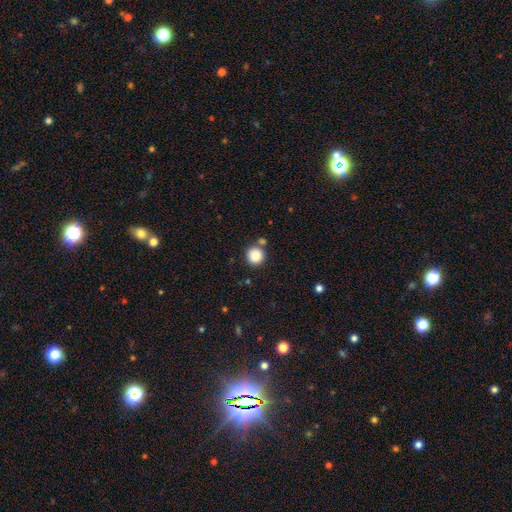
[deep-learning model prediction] This is clearly a smooth galaxy (86%). How rounded: clearly round (94%). Merging: likely none (79%).